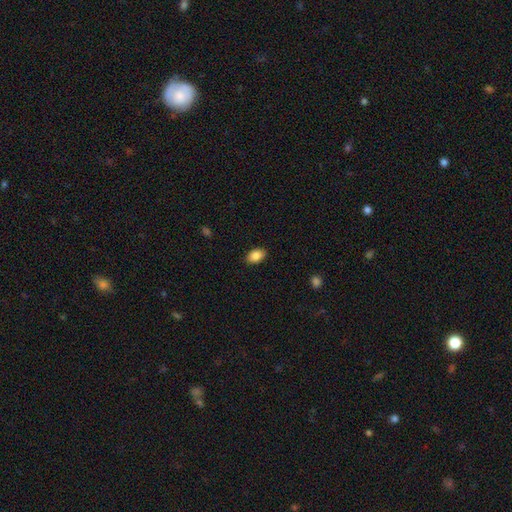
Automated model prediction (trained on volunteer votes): A smooth galaxy with no disk features (87%) that is in between round and cigar-shaped (90%).

Vote fractions:
- Smooth or featured? smooth: 87% / star or artifact: 8% / featured or disk: 5%
- How rounded? in between: 90% / round: 9% / cigar-shaped: 1%
- Merging? none: 88% / minor disturbance: 9% / major disturbance: 2% / merger: 1%